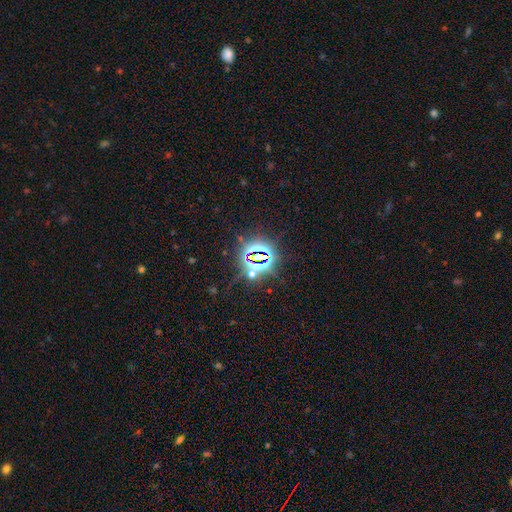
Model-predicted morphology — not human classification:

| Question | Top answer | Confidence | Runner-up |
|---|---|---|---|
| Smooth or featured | star or artifact | 82% | smooth (11%) |